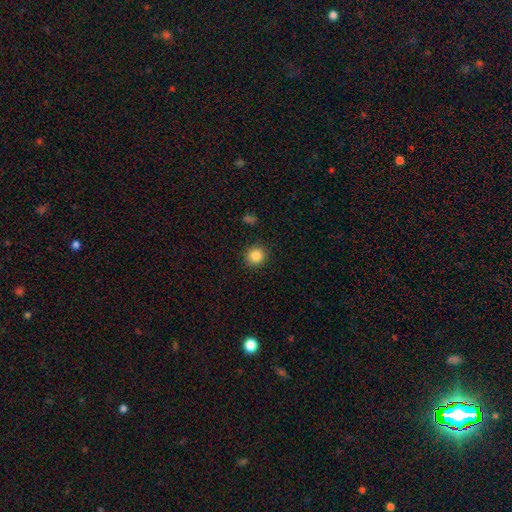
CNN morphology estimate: This is clearly a smooth galaxy (86%). How rounded: clearly round (91%). Merging: clearly none (89%).